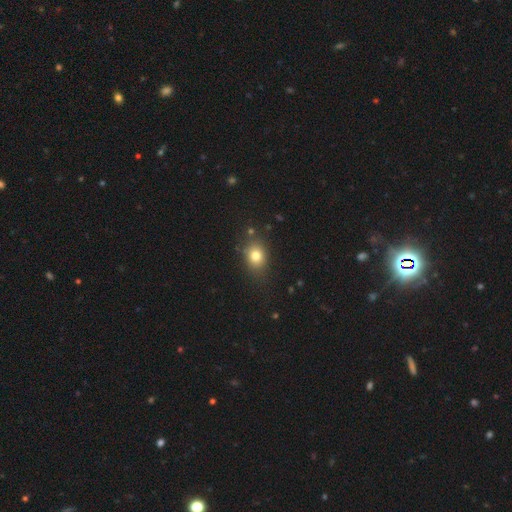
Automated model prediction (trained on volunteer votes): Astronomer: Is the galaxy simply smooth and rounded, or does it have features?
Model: smooth — 78%.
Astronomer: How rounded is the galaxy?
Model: in between — 53% (runner-up: round, 46%).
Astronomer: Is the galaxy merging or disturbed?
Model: none — 80%.